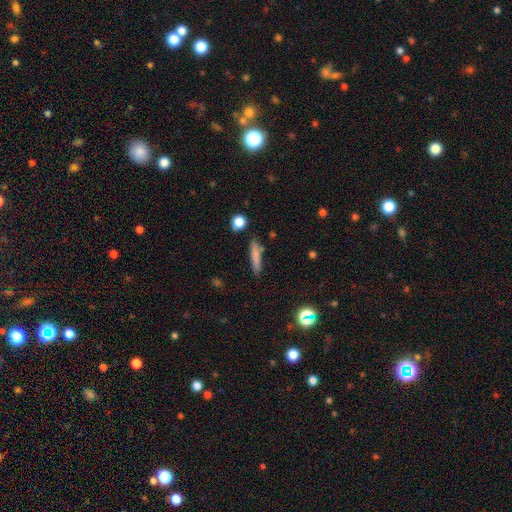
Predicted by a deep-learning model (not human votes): Smooth or featured?
  - smooth: 77% *
  - featured or disk: 15%
  - star or artifact: 8%
How rounded?
  - cigar-shaped: 88% *
  - in between: 10%
  - round: 2%
Merging?
  - none: 82% *
  - minor disturbance: 11%
  - merger: 4%
  - major disturbance: 3%